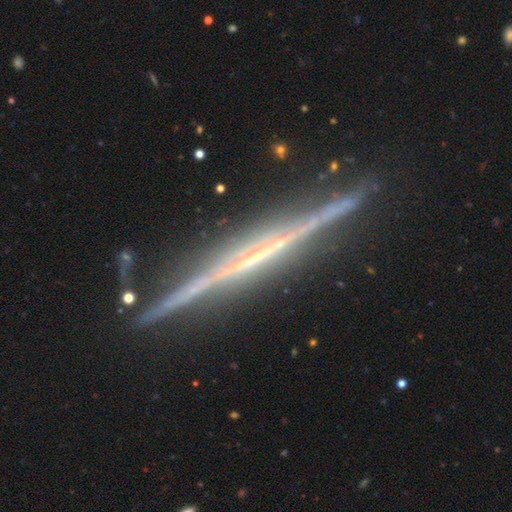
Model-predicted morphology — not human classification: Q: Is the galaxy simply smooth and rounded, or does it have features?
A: featured or disk — 86%.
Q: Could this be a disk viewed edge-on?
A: yes — 98%.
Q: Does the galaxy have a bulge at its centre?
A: none — 77%.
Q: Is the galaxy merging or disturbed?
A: none — 89%.